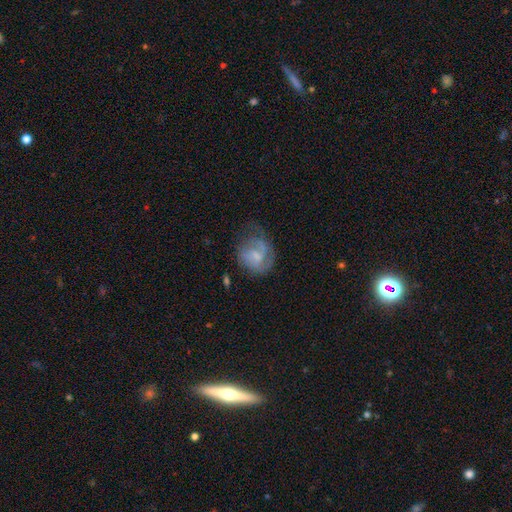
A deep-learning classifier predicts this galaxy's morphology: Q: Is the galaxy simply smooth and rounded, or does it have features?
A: featured or disk — 56%.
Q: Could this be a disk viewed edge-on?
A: no — 98%.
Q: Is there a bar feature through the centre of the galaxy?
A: no — 46%, tied with weak.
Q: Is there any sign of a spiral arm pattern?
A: yes — 76%.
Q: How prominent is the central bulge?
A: small — 52%.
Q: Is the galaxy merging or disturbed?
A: none — 44%.